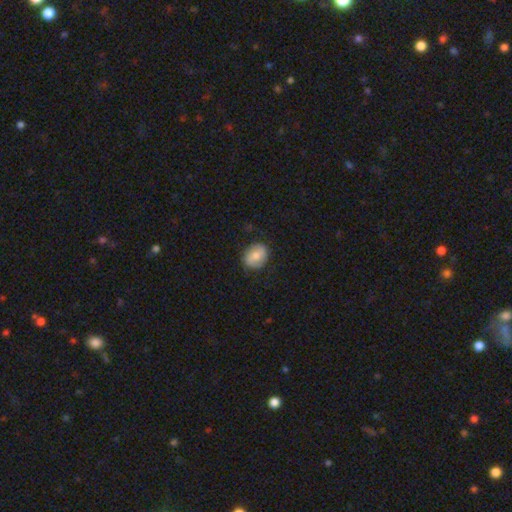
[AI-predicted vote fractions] This appears to be a smooth galaxy with no disk features (74%) that is round (55%). Merging: none (84%).